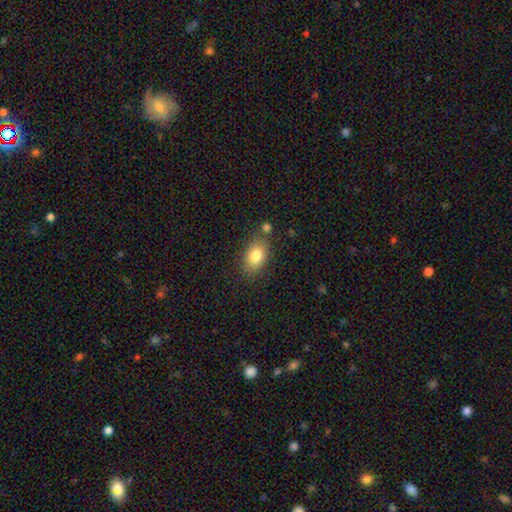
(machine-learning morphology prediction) Q: Smooth or featured?
A: smooth (82%); runner-up: featured or disk (10%)
Q: How rounded?
A: in between (82%); runner-up: round (16%)
Q: Merging?
A: none (75%); runner-up: minor disturbance (14%)